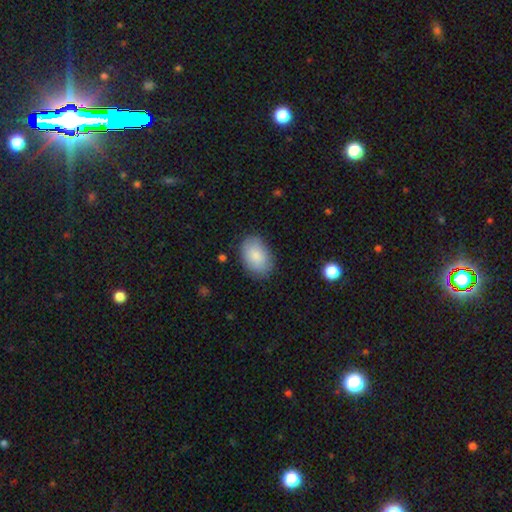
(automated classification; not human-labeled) smooth_or_featured: smooth (p=0.85) [alt: featured or disk p=0.09]
how_rounded: in between (p=0.87) [alt: round p=0.11]
merging: none (p=0.83) [alt: minor disturbance p=0.13]